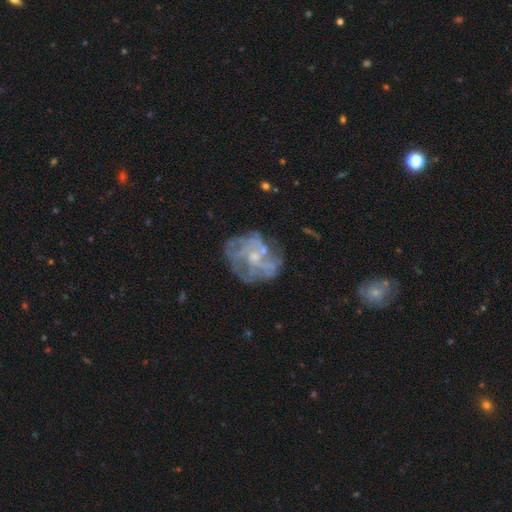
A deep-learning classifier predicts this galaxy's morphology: Smooth or featured? Predicted: featured or disk (p=0.74). Edge-on disk? Predicted: no (p=0.98). Bar? Predicted: no (p=0.74). Spiral arms? Predicted: yes (p=0.54). Bulge size? Predicted: small (p=0.52). Merging? Predicted: none (p=0.58).